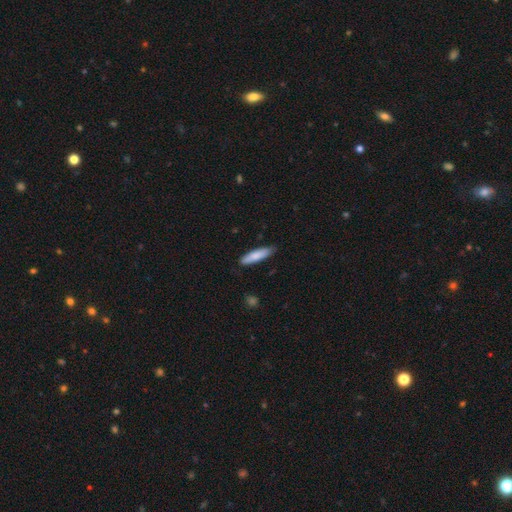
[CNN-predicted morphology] Smooth or featured: smooth — 82% (featured or disk — 13%)
How rounded: cigar-shaped — 74% (in between — 25%)
Merging: none — 83% (minor disturbance — 14%)